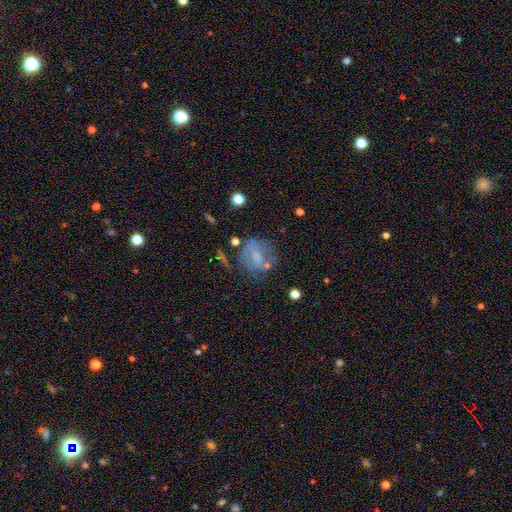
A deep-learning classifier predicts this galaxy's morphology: Smooth or featured? Predicted: featured or disk (p=0.46). Merging? Predicted: none (p=0.47).